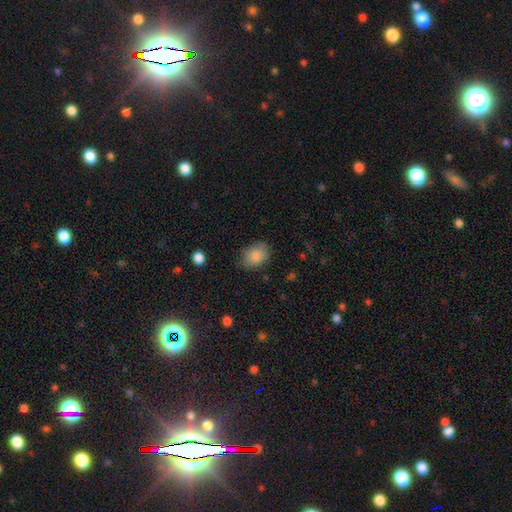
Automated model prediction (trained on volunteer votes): This is clearly a smooth galaxy (86%). How rounded: likely in between (65%). Merging: likely none (74%).